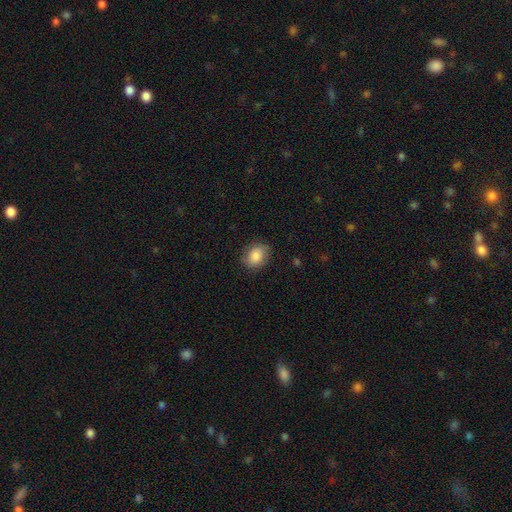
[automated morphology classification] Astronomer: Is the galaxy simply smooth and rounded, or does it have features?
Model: smooth — 83%.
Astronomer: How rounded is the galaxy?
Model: in between — 57% (runner-up: round, 42%).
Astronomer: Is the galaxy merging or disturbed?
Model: none — 80%.